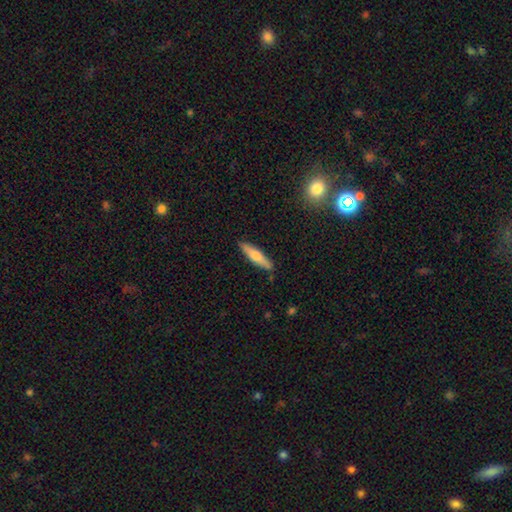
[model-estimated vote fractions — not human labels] smooth_or_featured: smooth (p=0.56) [alt: featured or disk p=0.38]
how_rounded: cigar-shaped (p=0.78) [alt: in between p=0.21]
merging: none (p=0.88) [alt: minor disturbance p=0.08]